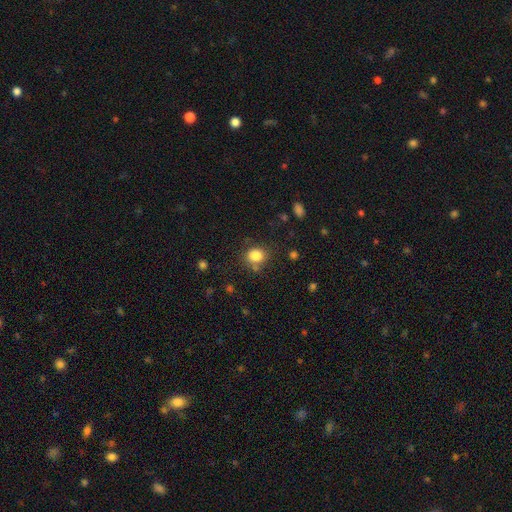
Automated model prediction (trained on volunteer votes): smooth 83%, star or artifact 11%, featured or disk 6%. Down the decision tree: how rounded — round (65%); merging — none (71%).